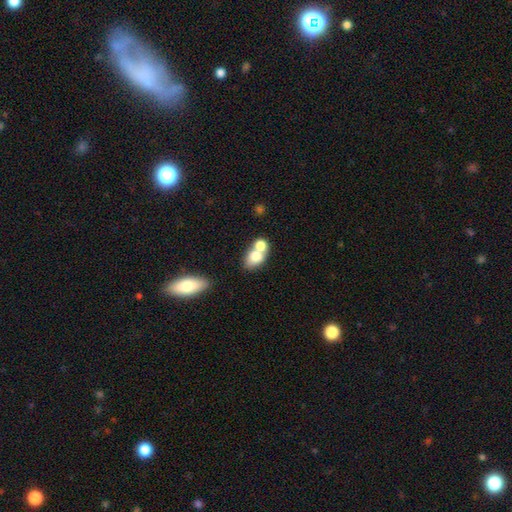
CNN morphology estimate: Overall: smooth (74%). How rounded: in between (75%). Merging: merger (58%; none 29%).